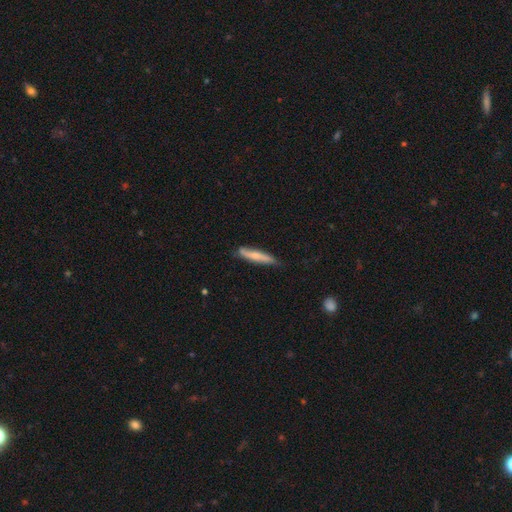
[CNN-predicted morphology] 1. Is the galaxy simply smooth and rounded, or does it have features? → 58% smooth, 37% featured or disk, 5% star or artifact.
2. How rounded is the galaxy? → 88% cigar-shaped, 11% in between, 2% round.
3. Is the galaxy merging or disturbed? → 71% none, 23% minor disturbance, 4% major disturbance, 2% merger.